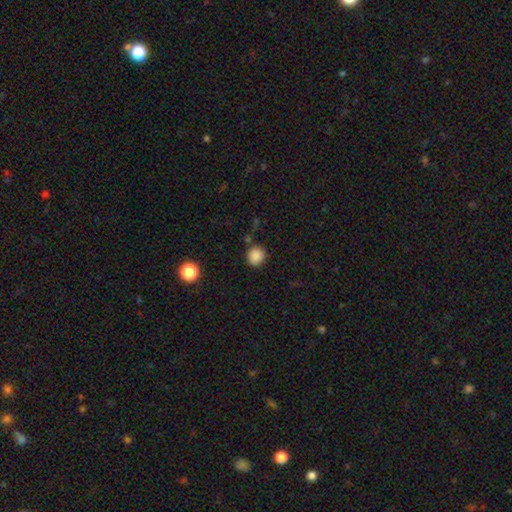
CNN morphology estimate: A smooth galaxy with no disk features (86%) that is round (87%). Merging: none (82%).